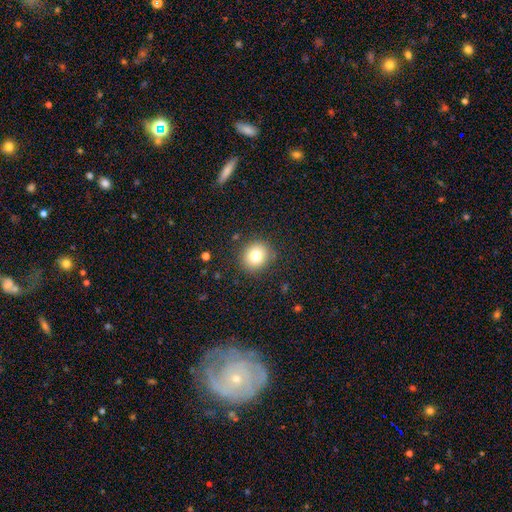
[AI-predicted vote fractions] A smooth galaxy with no disk features (77%) that is round (83%).

Vote fractions:
- Smooth or featured? smooth: 77% / star or artifact: 12% / featured or disk: 11%
- How rounded? round: 83% / in between: 16% / cigar-shaped: 1%
- Merging? none: 88% / minor disturbance: 8% / major disturbance: 3% / merger: 1%